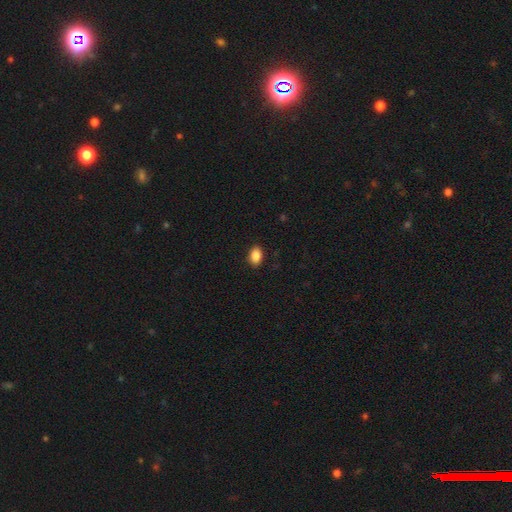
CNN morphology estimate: The model was most divided on "how rounded": in between: 86%, round: 13%, cigar-shaped: 1%. More confident: merging — none (89%); smooth or featured — smooth (88%).